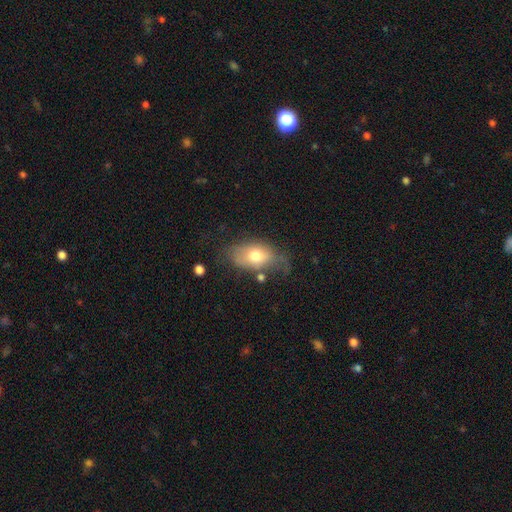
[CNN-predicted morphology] This is likely a smooth galaxy (68%). How rounded: clearly in between (87%). Merging: possibly none (52%).